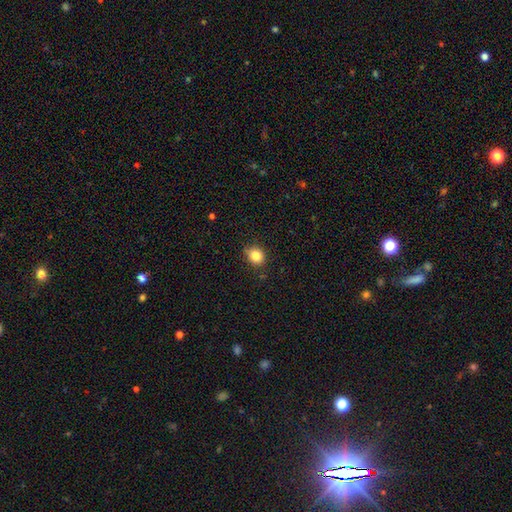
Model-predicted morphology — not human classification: smooth-or-featured: smooth: 84% | star or artifact: 11% | featured or disk: 5%
  how-rounded: round: 72% | in between: 27% | cigar-shaped: 1%
  merging: none: 80% | minor disturbance: 16% | major disturbance: 3% | merger: 2%